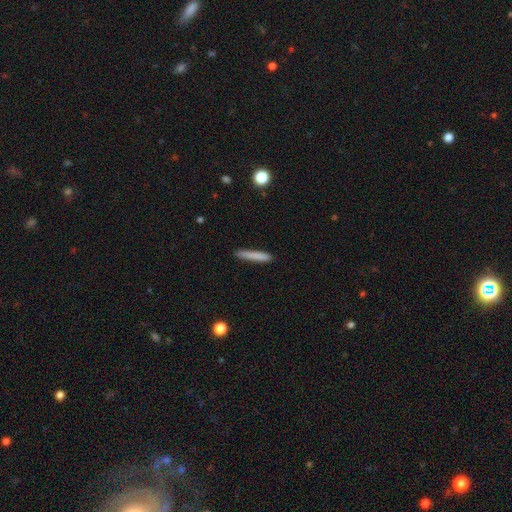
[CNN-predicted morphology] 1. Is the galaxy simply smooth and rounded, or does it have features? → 82% smooth, 12% featured or disk, 7% star or artifact.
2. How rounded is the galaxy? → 94% cigar-shaped, 4% in between, 1% round.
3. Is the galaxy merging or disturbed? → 87% none, 9% minor disturbance, 2% major disturbance, 1% merger.